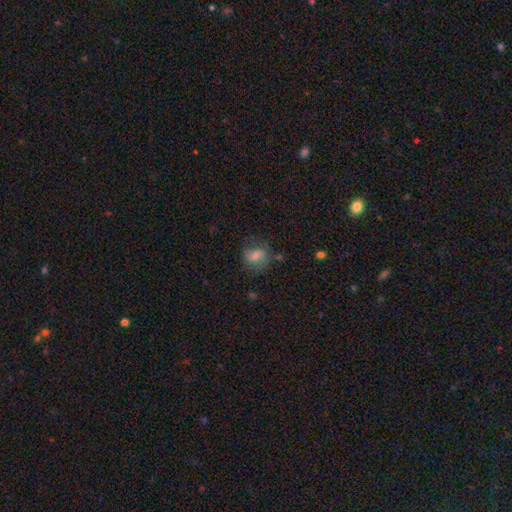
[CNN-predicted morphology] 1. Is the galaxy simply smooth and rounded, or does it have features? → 62% smooth, 29% featured or disk, 10% star or artifact.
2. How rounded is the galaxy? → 61% round, 37% in between, 1% cigar-shaped.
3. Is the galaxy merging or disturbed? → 63% none, 22% minor disturbance, 12% major disturbance, 3% merger.